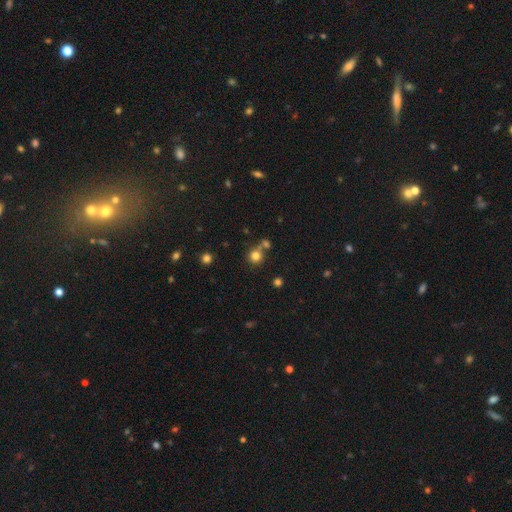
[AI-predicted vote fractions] A smooth galaxy with no disk features (79%) that is round (91%). Merging: none (65%).